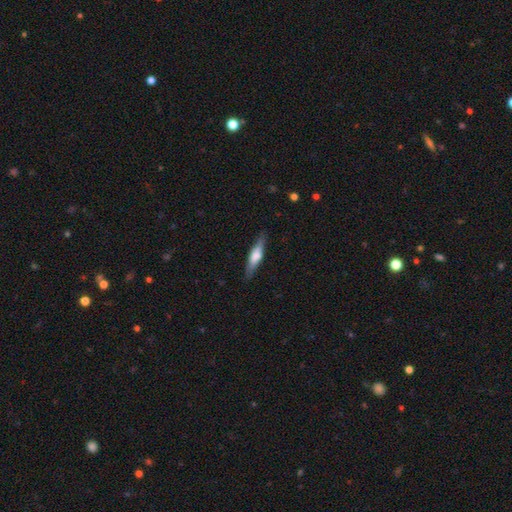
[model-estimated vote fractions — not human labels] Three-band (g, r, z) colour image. It shows a smooth galaxy with no disk features (53%) that is cigar-shaped (78%). Merging: none (86%).